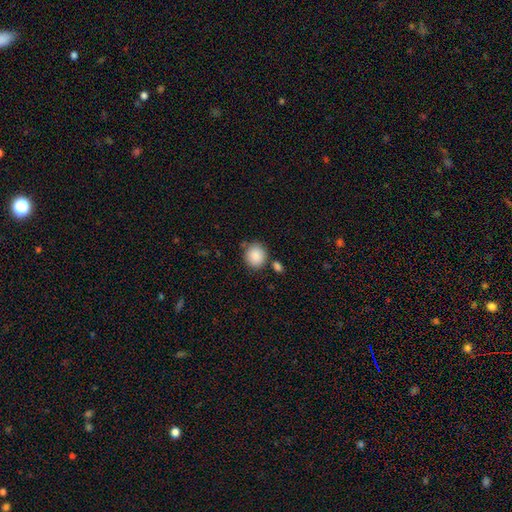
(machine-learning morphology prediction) A smooth galaxy with no disk features (88%) that is round (81%). Merging: none (76%).